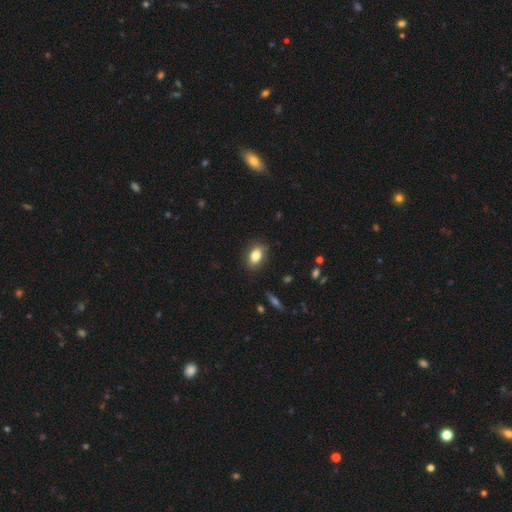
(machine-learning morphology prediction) This is clearly a smooth galaxy (82%). How rounded: clearly in between (84%). Merging: clearly none (83%).